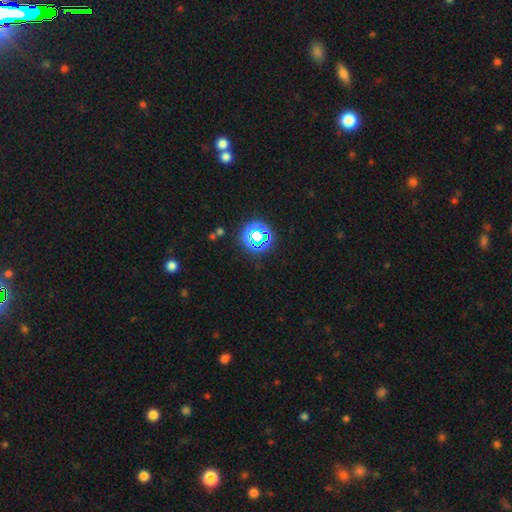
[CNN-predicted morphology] Q: Smooth or featured?
A: star or artifact (62%); runner-up: smooth (32%)